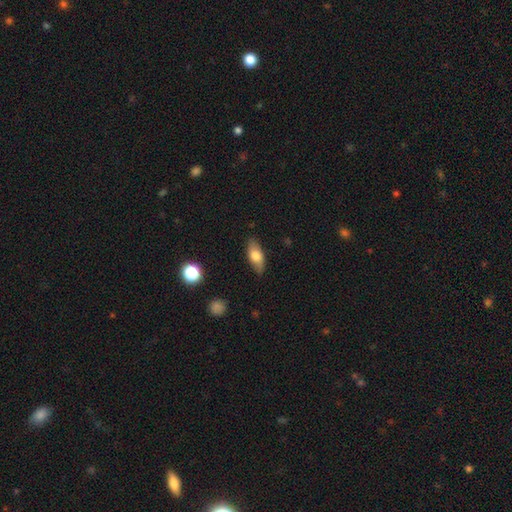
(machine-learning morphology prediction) smooth 73%, featured or disk 20%, star or artifact 7%. Down the decision tree: how rounded — in between (82%); merging — none (84%).